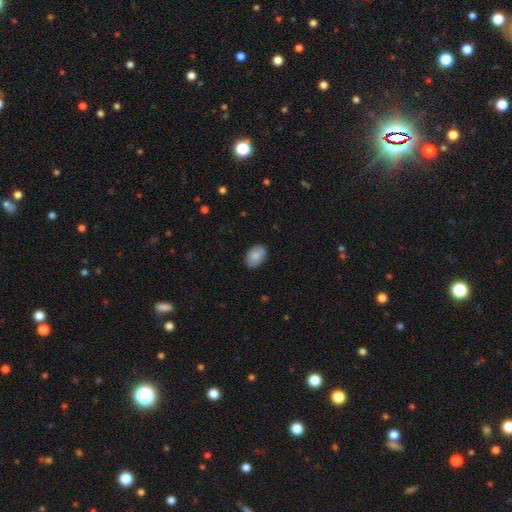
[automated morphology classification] This is clearly a smooth galaxy (84%). How rounded: clearly in between (85%). Merging: clearly none (82%).